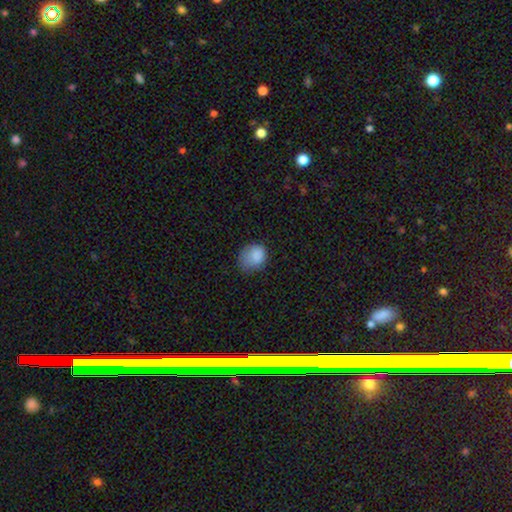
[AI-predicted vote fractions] Smooth or featured? smooth (85%)
How rounded? round (57%)
Merging? none (50%)